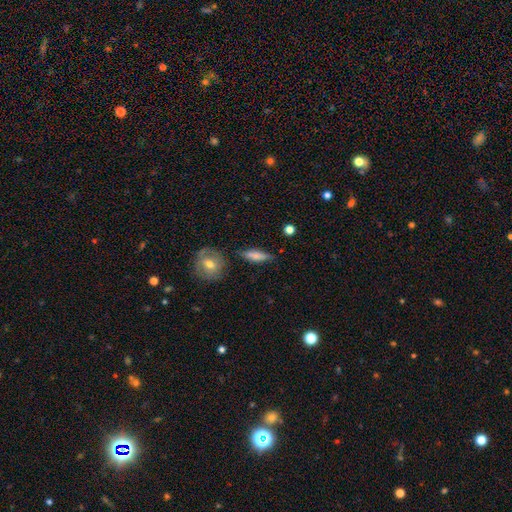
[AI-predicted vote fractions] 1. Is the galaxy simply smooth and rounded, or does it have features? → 65% smooth, 28% featured or disk, 7% star or artifact.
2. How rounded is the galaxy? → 62% cigar-shaped, 33% in between, 4% round.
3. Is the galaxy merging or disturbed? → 74% none, 18% minor disturbance, 4% major disturbance, 4% merger.